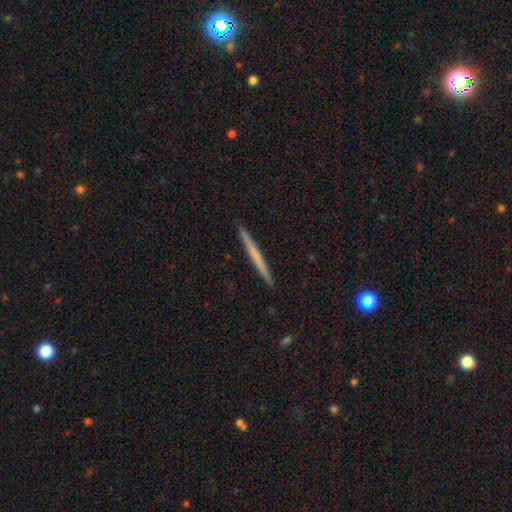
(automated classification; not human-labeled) This appears to be a smooth galaxy with no disk features (50%) that is cigar-shaped (97%). Merging: none (93%).